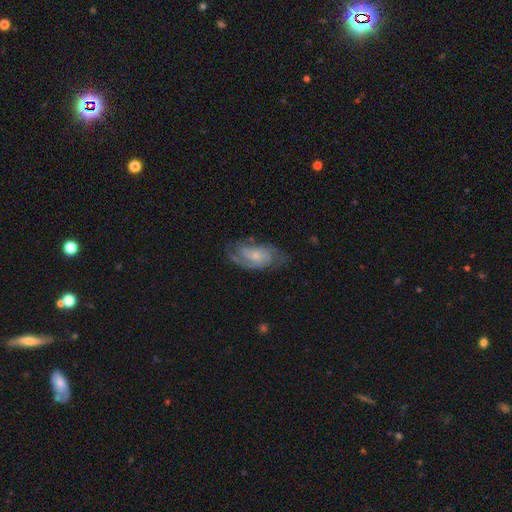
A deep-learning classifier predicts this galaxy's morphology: This is likely a featured or disk galaxy (72%). It is clearly not viewed edge-on (95%). Bar: likely no (67%). Spiral arm pattern: clearly yes (91%). Spiral arm count: possibly 2 (59%). Spiral winding: marginally medium (43%). Central bulge: likely small (61%). Merging: likely none (67%).